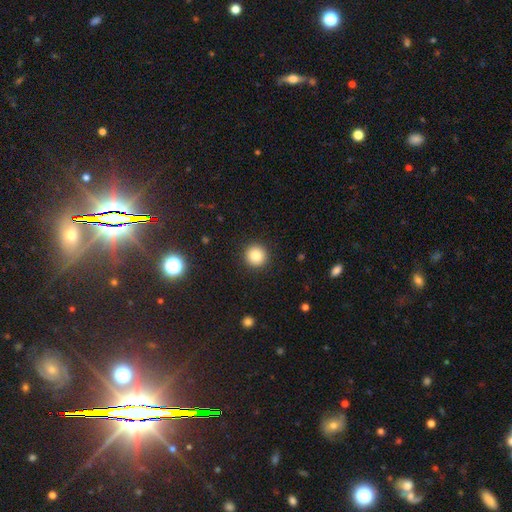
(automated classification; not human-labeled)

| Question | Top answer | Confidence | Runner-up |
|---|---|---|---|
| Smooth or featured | smooth | 83% | star or artifact (11%) |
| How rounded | round | 94% | in between (5%) |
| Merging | none | 92% | minor disturbance (5%) |